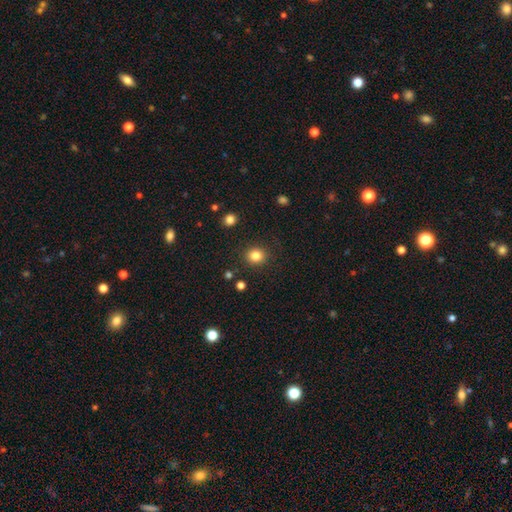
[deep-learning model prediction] smooth_or_featured: smooth (p=0.83) [alt: star or artifact p=0.11]
how_rounded: round (p=0.84) [alt: in between p=0.15]
merging: none (p=0.89) [alt: minor disturbance p=0.07]